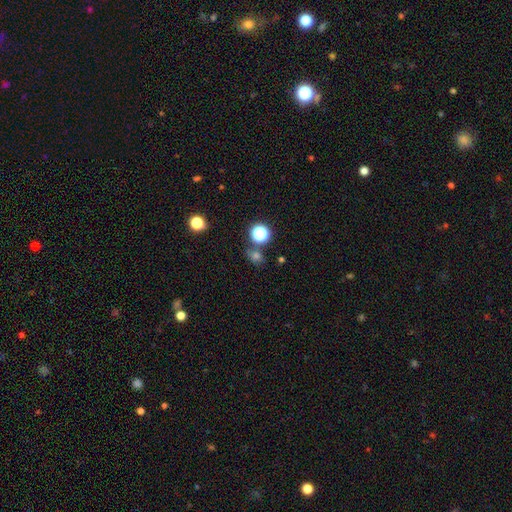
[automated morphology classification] Smooth or featured? smooth (53%)
How rounded? round (72%)
Merging? none (73%)